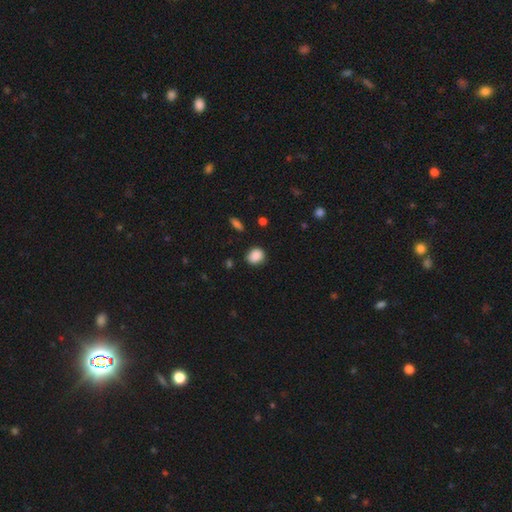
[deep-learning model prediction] Smooth or featured? smooth (87%)
How rounded? round (63%)
Merging? none (78%)